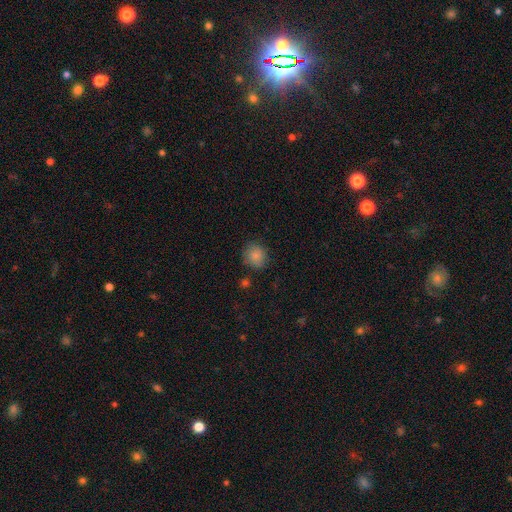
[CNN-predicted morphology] smooth_or_featured: smooth (p=0.85) [alt: star or artifact p=0.09]
how_rounded: round (p=0.85) [alt: in between p=0.14]
merging: none (p=0.81) [alt: minor disturbance p=0.13]